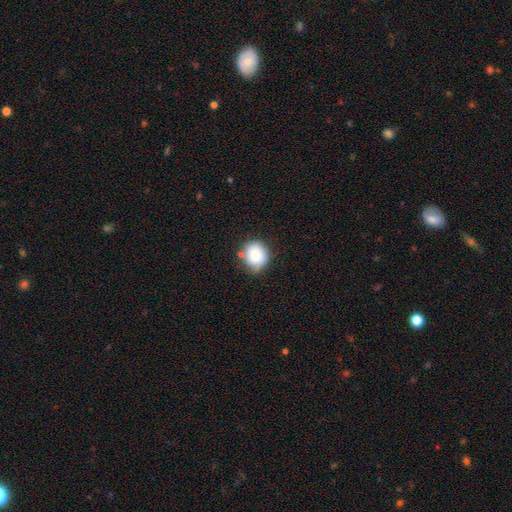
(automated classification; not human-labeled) This appears to be a smooth galaxy with no disk features (80%) that is round (79%). Merging: none (69%).